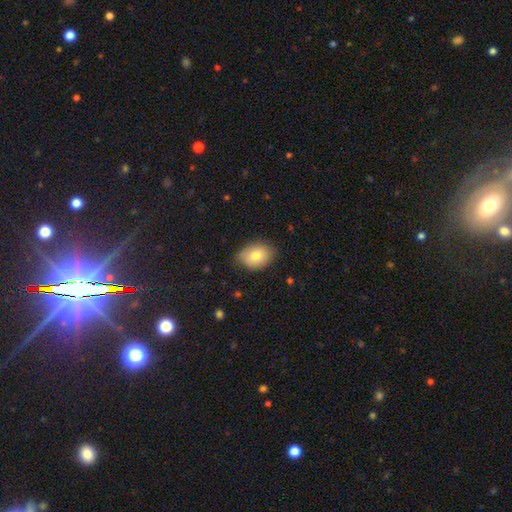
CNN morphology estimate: A smooth galaxy with no disk features (78%) that is in between round and cigar-shaped (73%).

Vote fractions:
- Smooth or featured? smooth: 78% / featured or disk: 14% / star or artifact: 8%
- How rounded? in between: 73% / round: 26% / cigar-shaped: 1%
- Merging? none: 77% / minor disturbance: 19% / major disturbance: 3% / merger: 1%